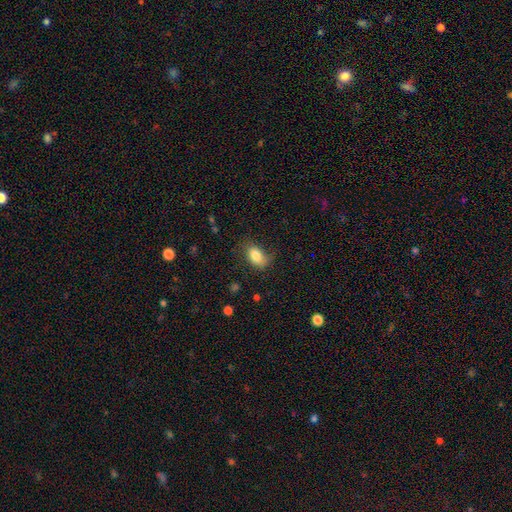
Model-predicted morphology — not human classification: The model was most divided on "merging": none: 67%, minor disturbance: 23%, major disturbance: 8%, merger: 2%. More confident: how rounded — in between (86%); smooth or featured — smooth (82%).